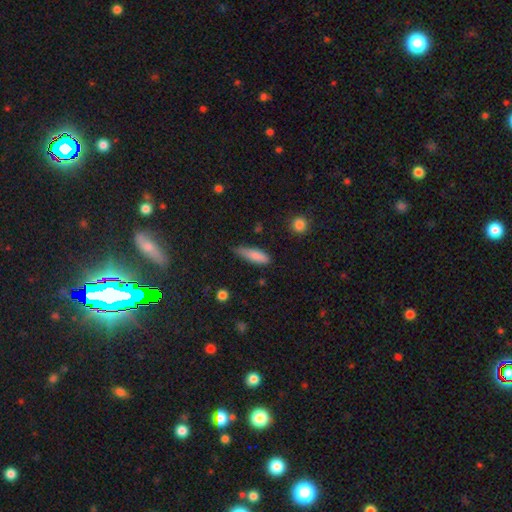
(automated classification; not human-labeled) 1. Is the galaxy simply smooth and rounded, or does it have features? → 82% smooth, 11% featured or disk, 7% star or artifact.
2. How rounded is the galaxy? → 55% cigar-shaped, 43% in between, 2% round.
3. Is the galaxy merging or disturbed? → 56% none, 35% minor disturbance, 6% major disturbance, 3% merger.